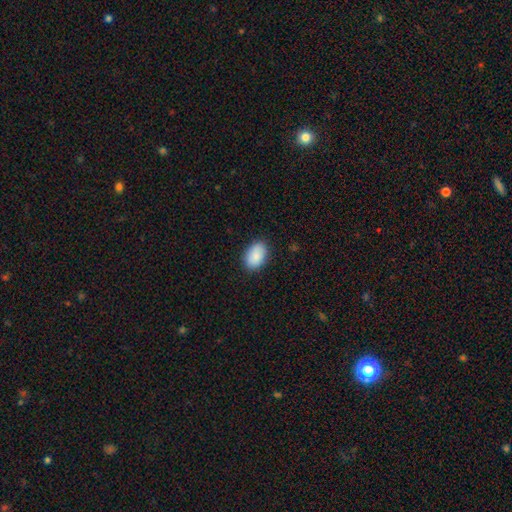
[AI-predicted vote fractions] Morphology: type=smooth (89%); roundness=in between (90%); merging=none (88%).